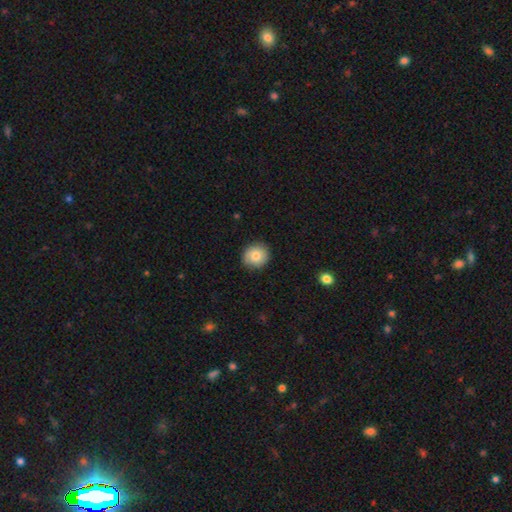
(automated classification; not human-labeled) smooth_or_featured: smooth (p=0.79) [alt: featured or disk p=0.13]
how_rounded: round (p=0.89) [alt: in between p=0.10]
merging: none (p=0.86) [alt: minor disturbance p=0.11]